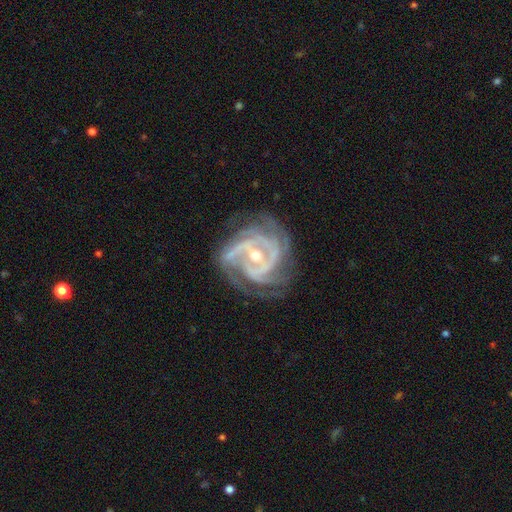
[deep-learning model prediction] The model was most divided on "bulge size": small: 51%, moderate: 46%, large: 1%, none: 1%, dominant: 1%. Remaining: spiral arms — yes (98%); edge-on disk — no (97%); smooth or featured — featured or disk (92%); merging — none (69%); spiral winding — tight (60%); bar — weak (38%); spiral arm count — 3 (36%).